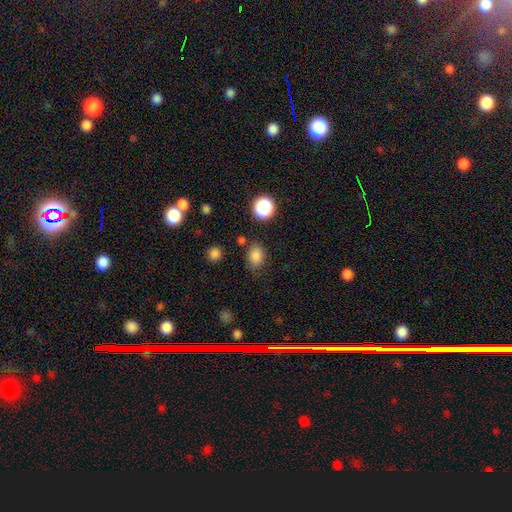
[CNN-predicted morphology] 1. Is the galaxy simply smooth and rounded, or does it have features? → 82% smooth, 13% star or artifact, 5% featured or disk.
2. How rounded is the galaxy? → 67% in between, 32% round, 1% cigar-shaped.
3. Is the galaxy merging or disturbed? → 76% none, 15% minor disturbance, 5% merger, 4% major disturbance.